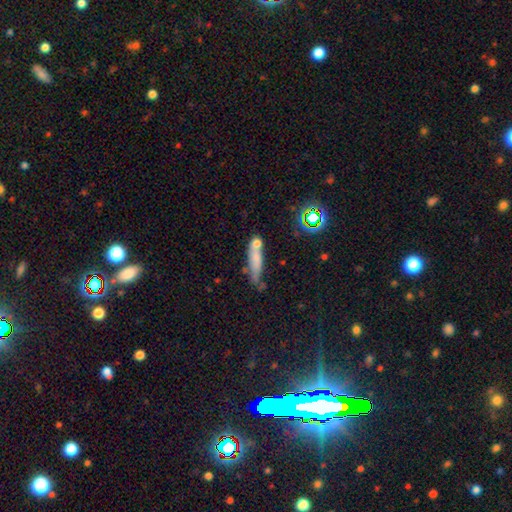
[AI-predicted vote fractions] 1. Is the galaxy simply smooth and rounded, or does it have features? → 59% smooth, 27% featured or disk, 14% star or artifact.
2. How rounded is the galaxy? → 69% cigar-shaped, 27% in between, 4% round.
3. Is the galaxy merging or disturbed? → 45% none, 23% minor disturbance, 22% merger, 10% major disturbance.